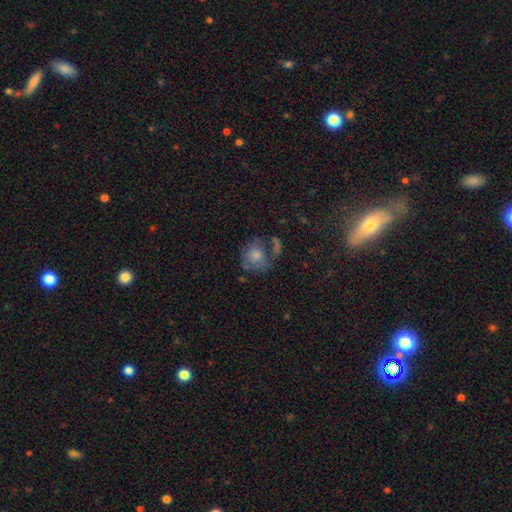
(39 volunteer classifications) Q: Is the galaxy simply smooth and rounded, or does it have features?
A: smooth — 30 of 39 (77%).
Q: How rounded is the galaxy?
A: round — 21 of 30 (70%).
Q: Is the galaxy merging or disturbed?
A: minor disturbance — 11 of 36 (31%).